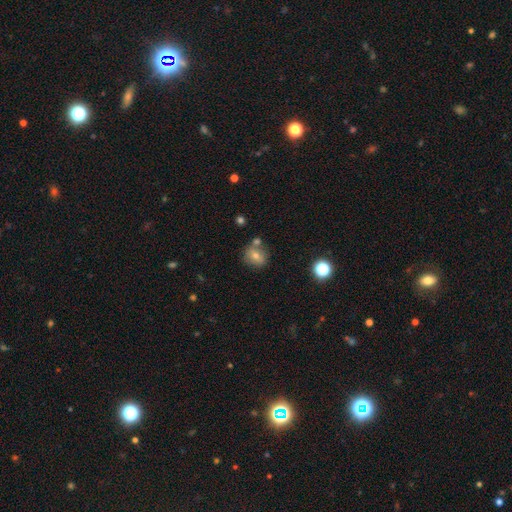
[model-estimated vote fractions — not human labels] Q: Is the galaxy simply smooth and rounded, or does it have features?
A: smooth — 68%.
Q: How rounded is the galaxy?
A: round — 72%.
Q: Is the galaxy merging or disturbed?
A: none — 66%.